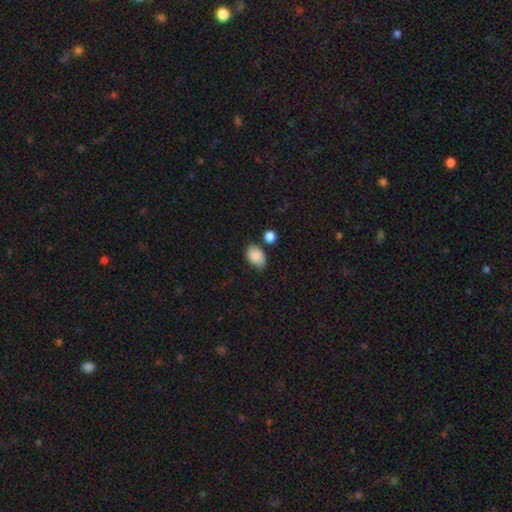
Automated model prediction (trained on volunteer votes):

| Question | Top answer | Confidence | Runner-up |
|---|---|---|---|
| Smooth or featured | smooth | 84% | star or artifact (8%) |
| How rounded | in between | 85% | round (14%) |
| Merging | none | 69% | minor disturbance (20%) |